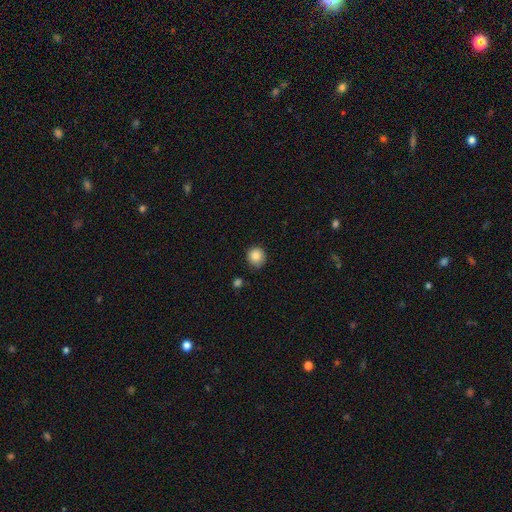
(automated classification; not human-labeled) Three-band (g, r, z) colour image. It shows a smooth galaxy with no disk features (87%) that is round (91%). Merging: none (83%).